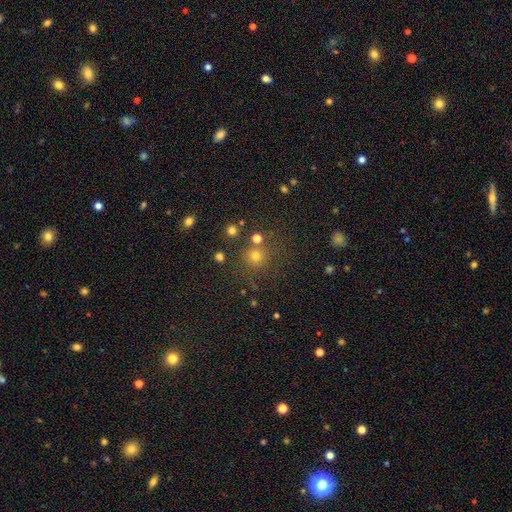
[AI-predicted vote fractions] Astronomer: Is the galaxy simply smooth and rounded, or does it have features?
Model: smooth — 67%.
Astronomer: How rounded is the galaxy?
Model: round — 91%.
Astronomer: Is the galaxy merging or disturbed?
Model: none — 75%.